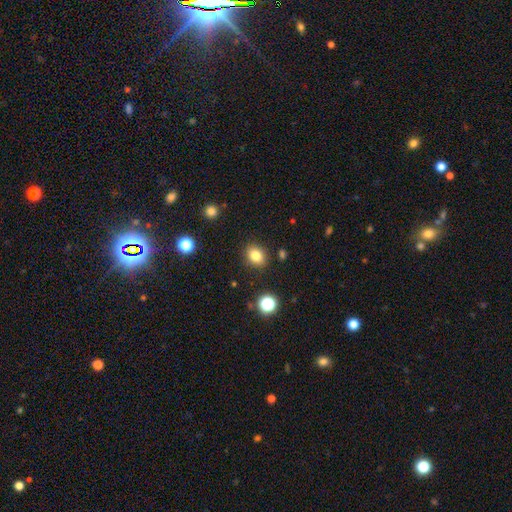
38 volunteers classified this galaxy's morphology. smooth-or-featured: smooth: 95% | featured or disk: 3% | star or artifact: 3%
  how-rounded: in between: 53% | round: 47% | cigar-shaped: 0%
  merging: none: 89% | minor disturbance: 8% | major disturbance: 3% | merger: 0%